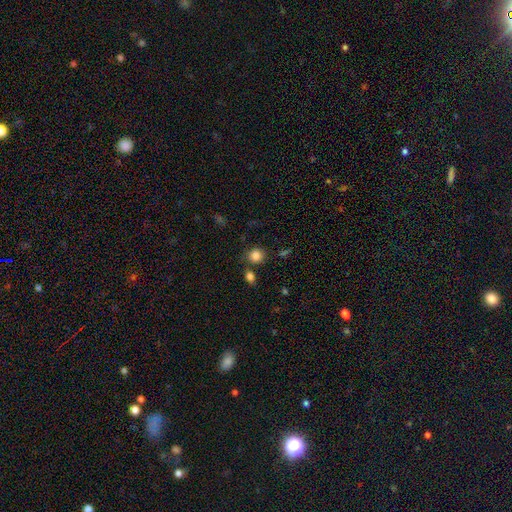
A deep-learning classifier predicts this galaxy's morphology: Smooth or featured? smooth (84%)
How rounded? round (80%)
Merging? none (77%)